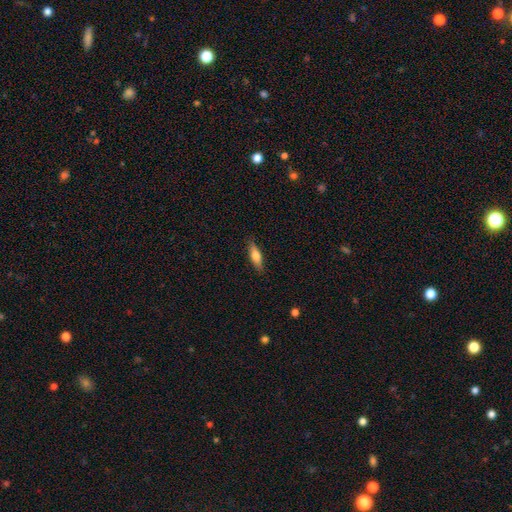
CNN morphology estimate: Smooth or featured: smooth — 71% (featured or disk — 23%)
How rounded: cigar-shaped — 50% (in between — 48%)
Merging: none — 86% (minor disturbance — 11%)